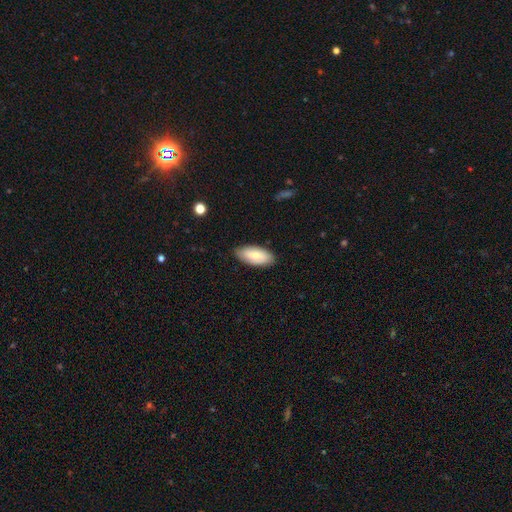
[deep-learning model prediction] A smooth galaxy with no disk features (76%) that is in between round and cigar-shaped (91%).

Vote fractions:
- Smooth or featured? smooth: 76% / featured or disk: 18% / star or artifact: 6%
- How rounded? in between: 91% / cigar-shaped: 7% / round: 2%
- Merging? none: 85% / minor disturbance: 12% / major disturbance: 2% / merger: 1%